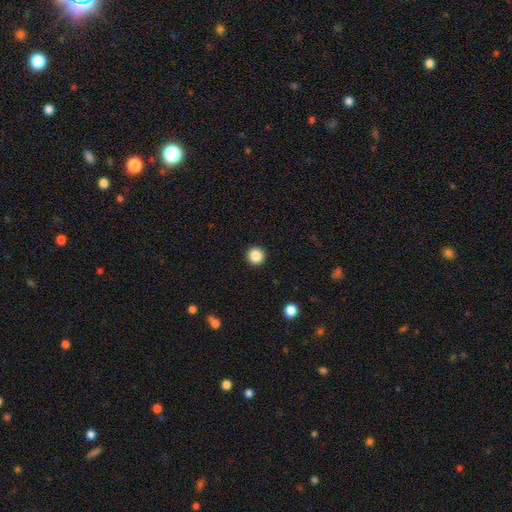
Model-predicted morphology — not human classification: Q: Smooth or featured?
A: smooth (87%); runner-up: star or artifact (10%)
Q: How rounded?
A: round (96%); runner-up: in between (3%)
Q: Merging?
A: none (94%); runner-up: minor disturbance (4%)